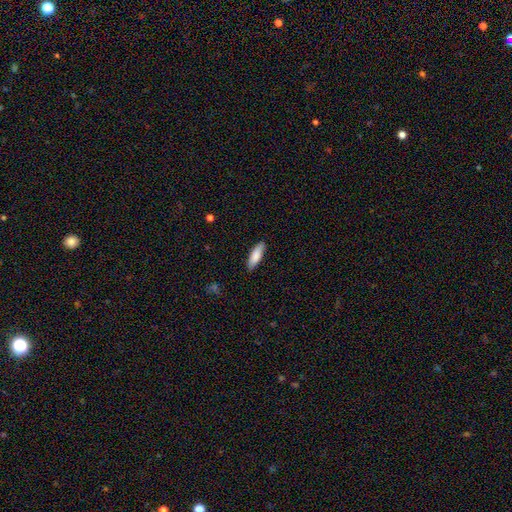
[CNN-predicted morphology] This appears to be a smooth galaxy with no disk features (83%) that is in between round and cigar-shaped (50%). Merging: none (85%).